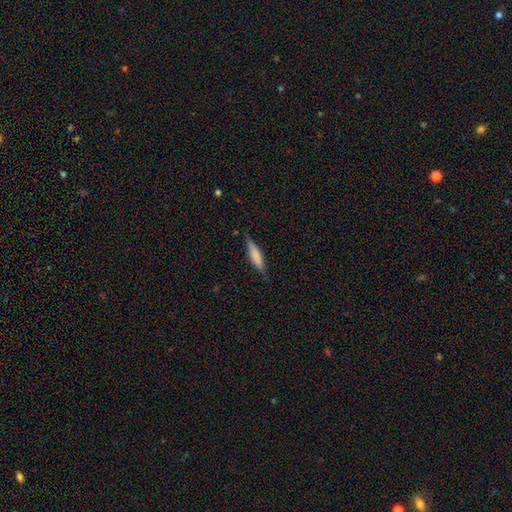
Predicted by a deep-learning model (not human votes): This is likely a smooth galaxy (61%). How rounded: likely cigar-shaped (76%). Merging: likely none (80%).